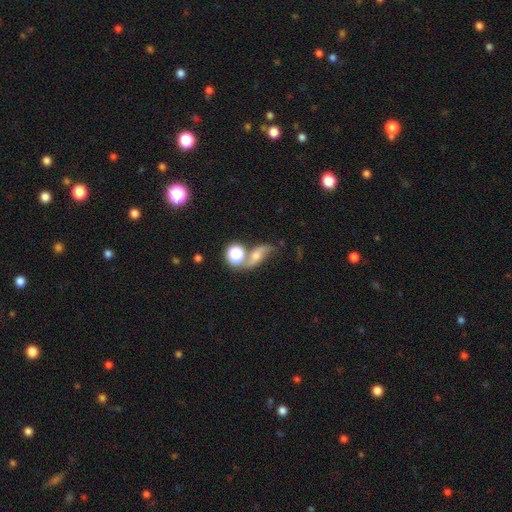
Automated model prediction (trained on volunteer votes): This appears to be a featured or disk galaxy (49%). Merging: none (42%).